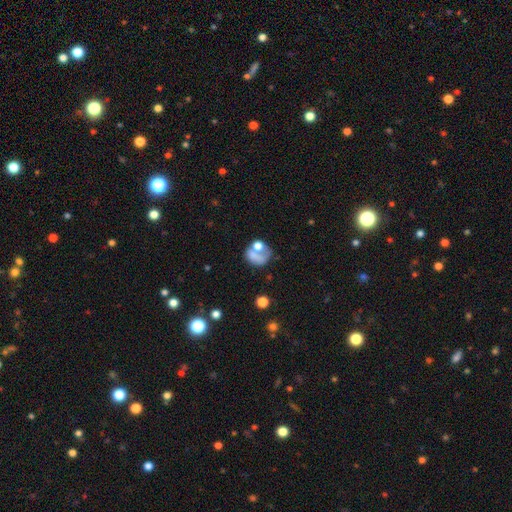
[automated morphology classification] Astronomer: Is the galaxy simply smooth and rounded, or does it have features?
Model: smooth — 59%.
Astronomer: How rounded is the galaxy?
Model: round — 52% (runner-up: in between, 47%).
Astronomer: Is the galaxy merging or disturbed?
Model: none — 32% (runner-up: merger, 28%).